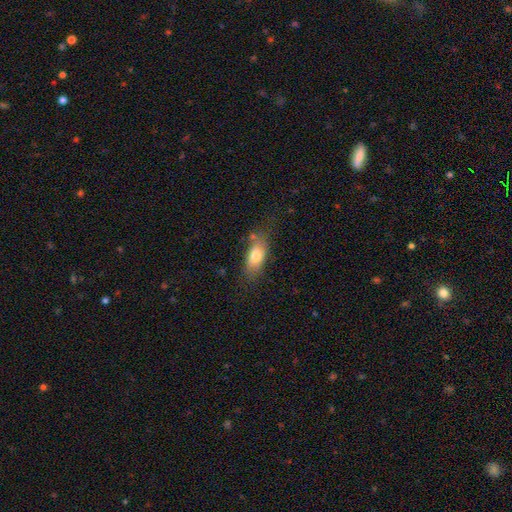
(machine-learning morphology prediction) Q: Smooth or featured?
A: smooth (74%); runner-up: featured or disk (18%)
Q: How rounded?
A: in between (80%); runner-up: cigar-shaped (16%)
Q: Merging?
A: none (63%); runner-up: minor disturbance (24%)